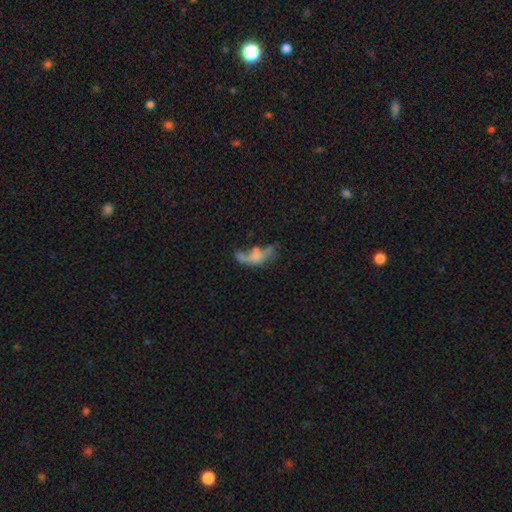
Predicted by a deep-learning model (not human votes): smooth_or_featured: smooth (p=0.44) [alt: featured or disk p=0.42]
merging: major disturbance (p=0.36) [alt: merger p=0.28]